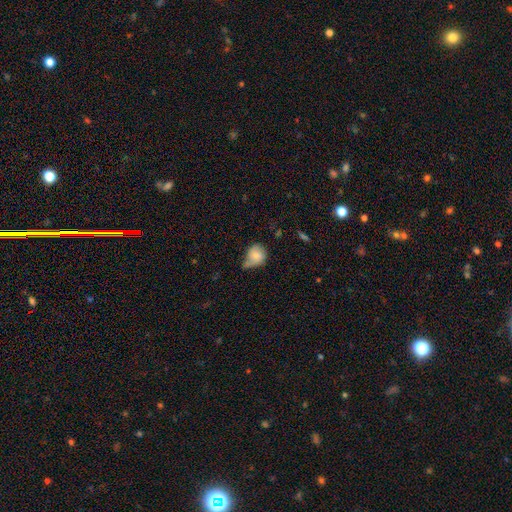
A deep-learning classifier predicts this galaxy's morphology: This appears to be a smooth galaxy with no disk features (64%) that is round (54%). Merging: minor disturbance (44%).